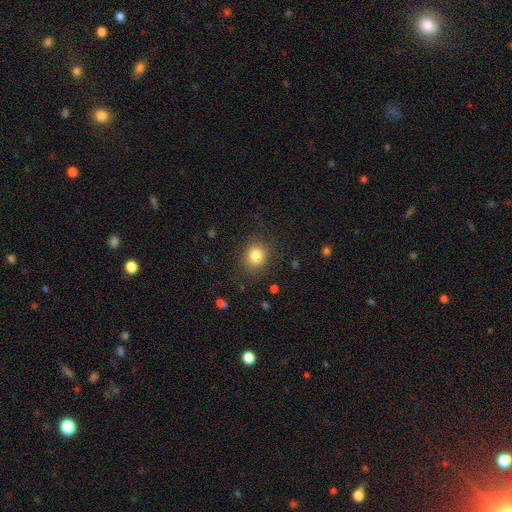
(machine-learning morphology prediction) type=smooth (82%); roundness=round (75%); merging=none (83%).